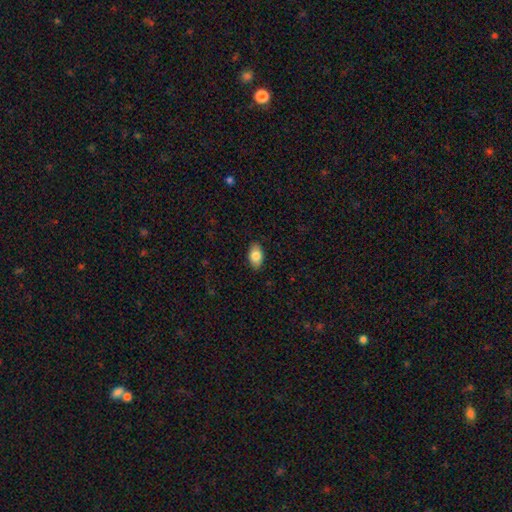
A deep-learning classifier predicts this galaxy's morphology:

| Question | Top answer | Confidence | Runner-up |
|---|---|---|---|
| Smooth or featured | smooth | 83% | featured or disk (10%) |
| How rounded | in between | 92% | round (6%) |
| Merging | none | 88% | minor disturbance (9%) |